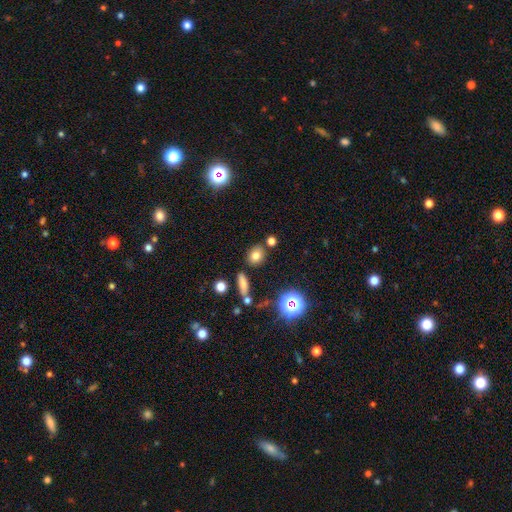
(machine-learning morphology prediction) smooth_or_featured: smooth (p=0.75) [alt: star or artifact p=0.15]
how_rounded: round (p=0.54) [alt: in between p=0.44]
merging: none (p=0.80) [alt: minor disturbance p=0.10]